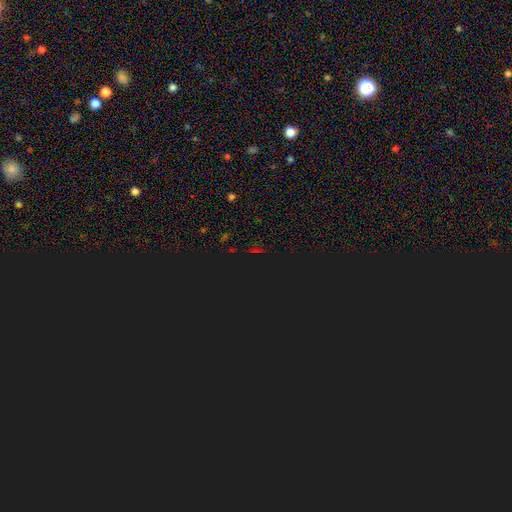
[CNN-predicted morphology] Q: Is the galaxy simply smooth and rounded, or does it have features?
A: star or artifact — 77%.